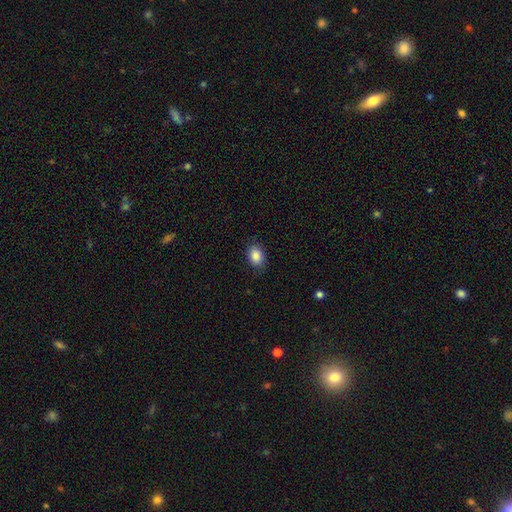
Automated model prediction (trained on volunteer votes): Morphology: type=smooth (87%); roundness=in between (75%); merging=none (83%).